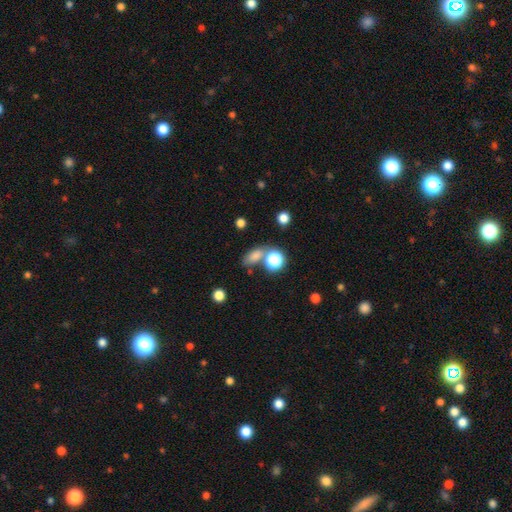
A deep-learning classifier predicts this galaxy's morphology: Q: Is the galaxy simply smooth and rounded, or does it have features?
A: smooth — 74%.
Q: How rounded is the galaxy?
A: in between — 72%.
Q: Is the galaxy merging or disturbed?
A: none — 58%.